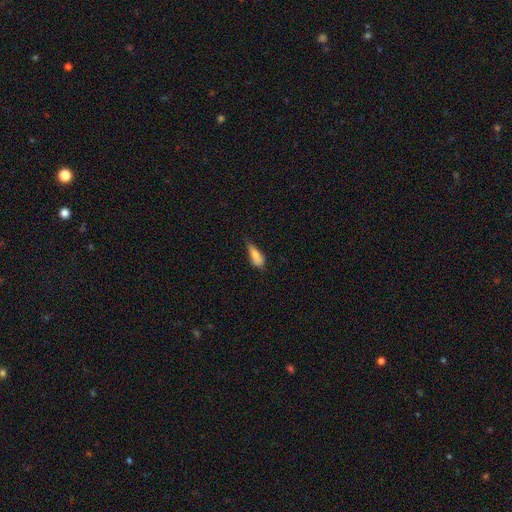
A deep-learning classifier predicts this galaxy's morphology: smooth-or-featured: smooth: 74% | featured or disk: 18% | star or artifact: 8%
  how-rounded: in between: 66% | cigar-shaped: 30% | round: 4%
  merging: minor disturbance: 43% | none: 31% | major disturbance: 22% | merger: 5%